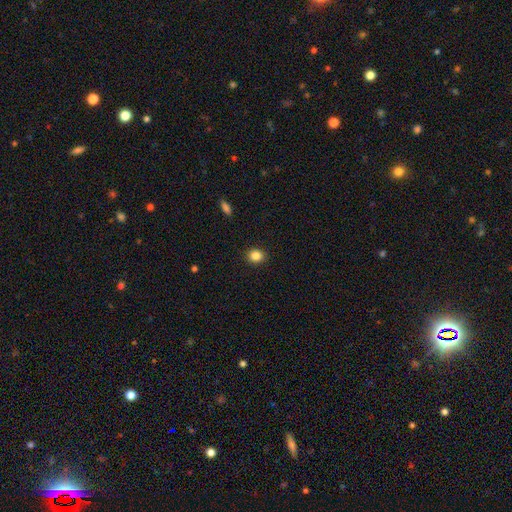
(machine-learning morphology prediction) smooth 85%, star or artifact 11%, featured or disk 5%. Down the decision tree: how rounded — round (66%); merging — none (91%).